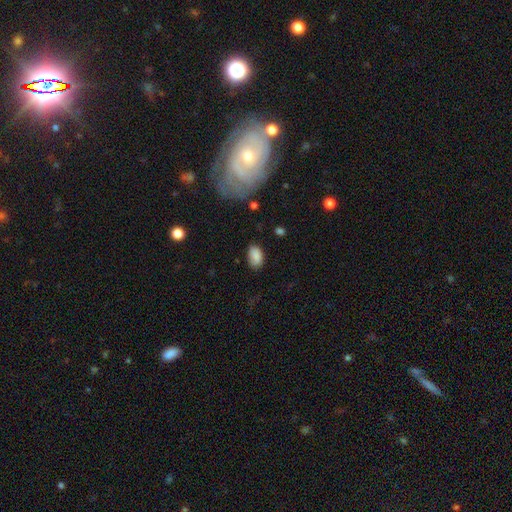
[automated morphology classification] smooth 86%, star or artifact 8%, featured or disk 6%. Down the decision tree: how rounded — in between (91%); merging — none (77%).